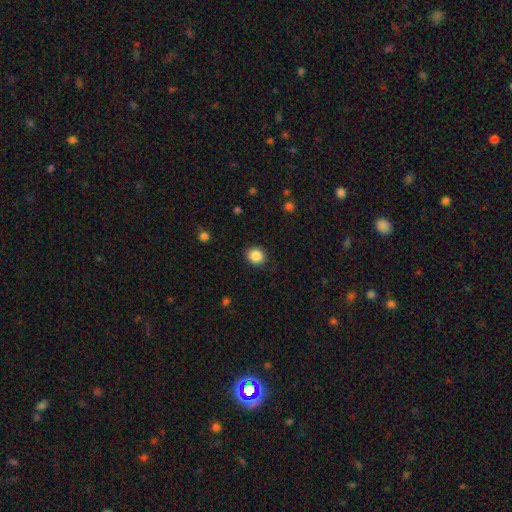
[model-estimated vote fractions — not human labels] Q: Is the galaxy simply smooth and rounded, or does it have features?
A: smooth — 87%.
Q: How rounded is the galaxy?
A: round — 75%.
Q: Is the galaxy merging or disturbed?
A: none — 89%.